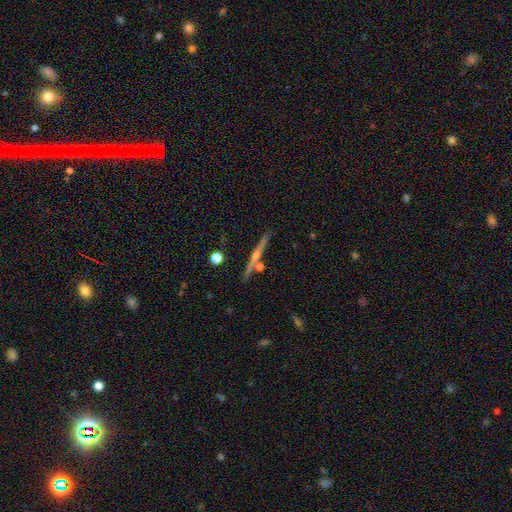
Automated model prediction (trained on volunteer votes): Q: Smooth or featured?
A: featured or disk (73%); runner-up: smooth (20%)
Q: Edge-on disk?
A: yes (98%); runner-up: no (2%)
Q: Edge-on bulge?
A: rounded (73%); runner-up: none (22%)
Q: Merging?
A: none (84%); runner-up: minor disturbance (8%)